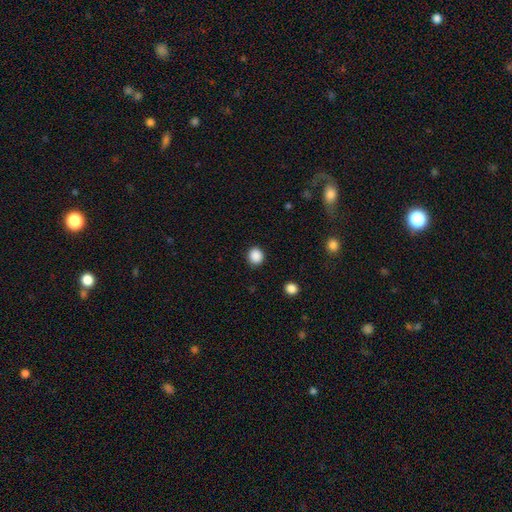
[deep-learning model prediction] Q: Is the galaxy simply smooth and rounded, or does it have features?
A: smooth — 88%.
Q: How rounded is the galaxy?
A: round — 84%.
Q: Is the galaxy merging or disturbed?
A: none — 90%.